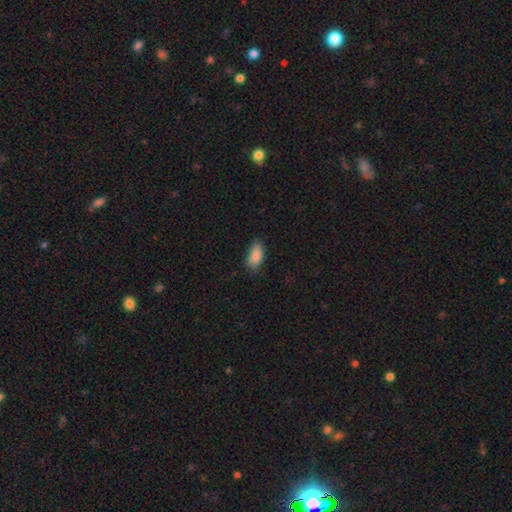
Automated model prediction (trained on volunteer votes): Smooth or featured? smooth (87%)
How rounded? in between (89%)
Merging? none (81%)